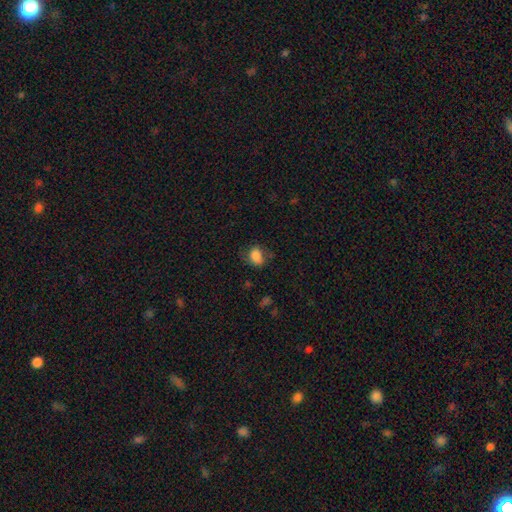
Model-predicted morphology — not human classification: This appears to be a smooth galaxy with no disk features (83%) that is in between round and cigar-shaped (65%). Merging: none (59%).